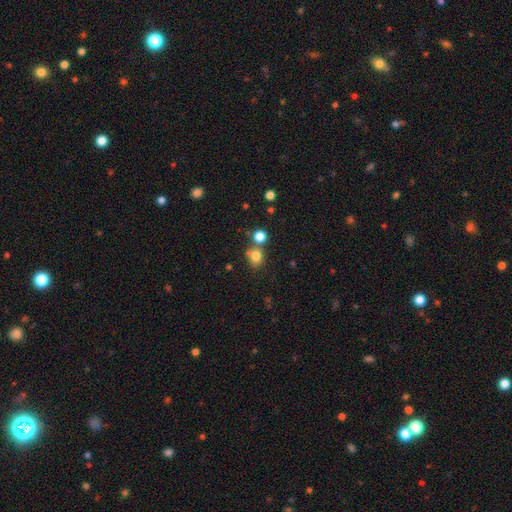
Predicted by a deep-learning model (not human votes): Q: Smooth or featured?
A: smooth (80%); runner-up: star or artifact (13%)
Q: How rounded?
A: round (68%); runner-up: in between (31%)
Q: Merging?
A: none (59%); runner-up: merger (26%)